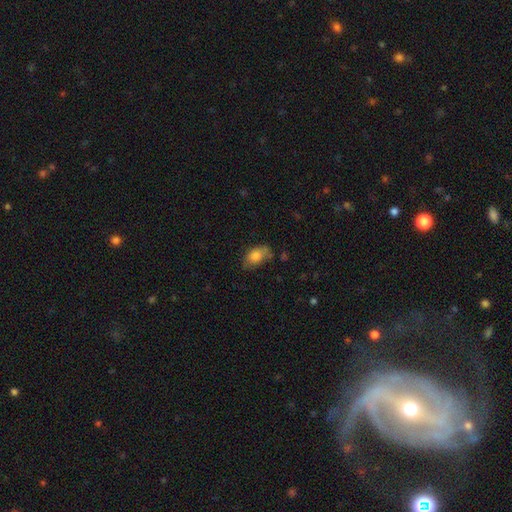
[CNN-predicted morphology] This is likely a smooth galaxy (80%). How rounded: clearly in between (86%). Merging: possibly none (56%).